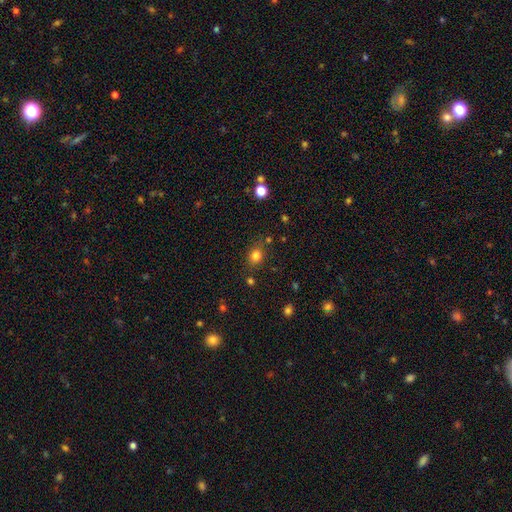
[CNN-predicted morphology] smooth 81%, star or artifact 13%, featured or disk 6%. Down the decision tree: how rounded — round (62%); merging — none (78%).